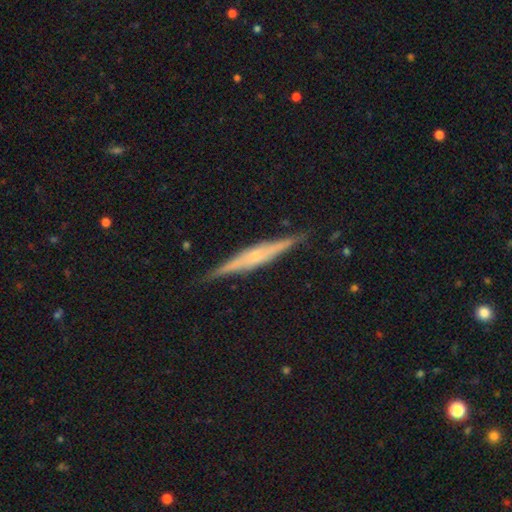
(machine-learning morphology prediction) This is likely a featured or disk galaxy (73%). It is clearly viewed edge-on (97%). Edge-on bulge: possibly rounded (55%). Merging: clearly none (86%).